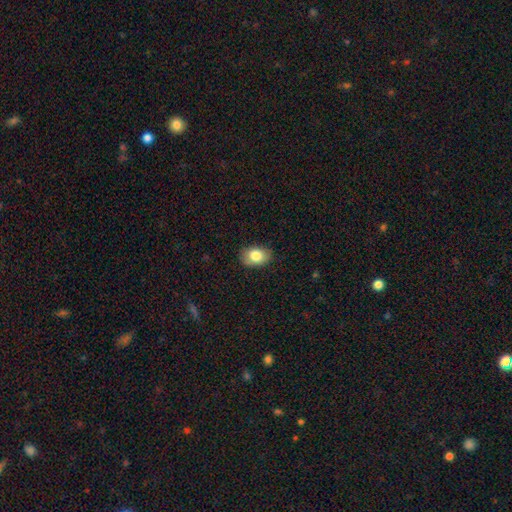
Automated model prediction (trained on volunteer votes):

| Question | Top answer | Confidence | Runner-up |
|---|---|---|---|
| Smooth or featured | smooth | 82% | featured or disk (10%) |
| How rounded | in between | 80% | round (19%) |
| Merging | none | 84% | minor disturbance (12%) |